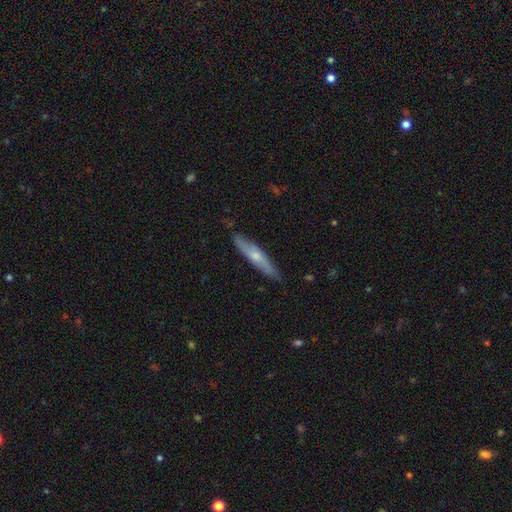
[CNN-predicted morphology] featured or disk 49%, smooth 45%, star or artifact 6%. Down the decision tree: merging — none (84%).